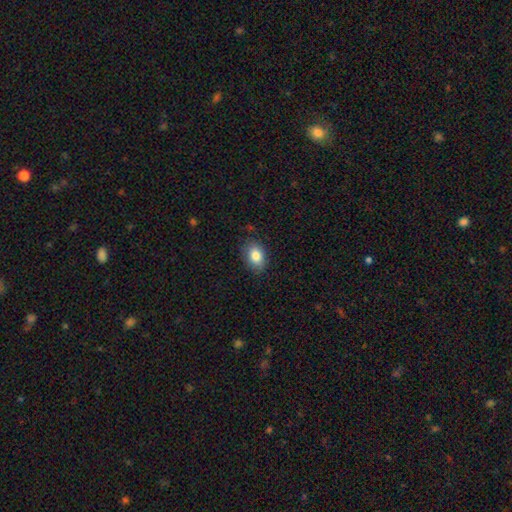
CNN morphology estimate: Smooth or featured?
  - smooth: 82% *
  - featured or disk: 9%
  - star or artifact: 9%
How rounded?
  - in between: 81% *
  - round: 17%
  - cigar-shaped: 1%
Merging?
  - none: 82% *
  - minor disturbance: 14%
  - major disturbance: 3%
  - merger: 1%